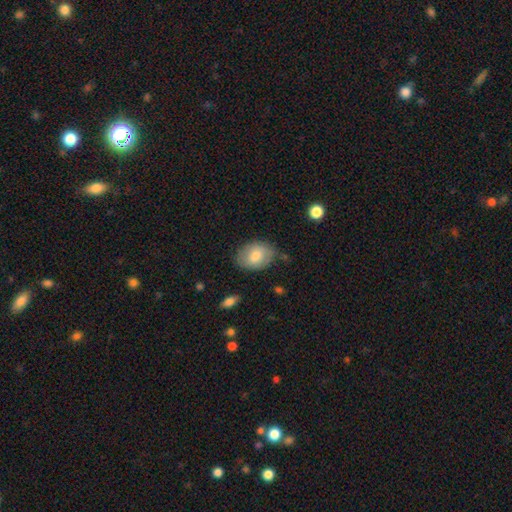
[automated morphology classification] smooth 74%, featured or disk 19%, star or artifact 7%. Down the decision tree: how rounded — in between (72%); merging — none (69%).